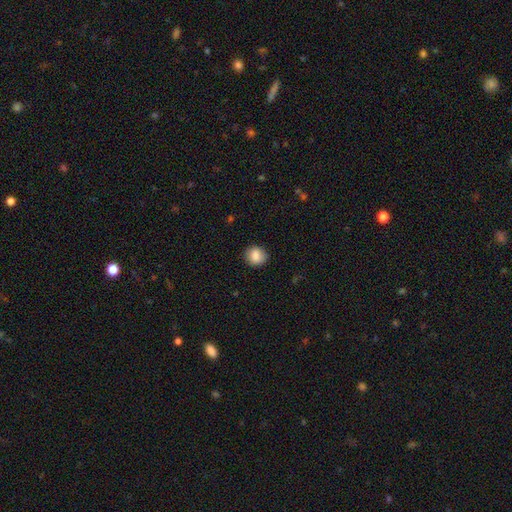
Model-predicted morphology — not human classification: A smooth galaxy with no disk features (86%) that is round (84%).

Vote fractions:
- Smooth or featured? smooth: 86% / star or artifact: 8% / featured or disk: 6%
- How rounded? round: 84% / in between: 15% / cigar-shaped: 1%
- Merging? none: 89% / minor disturbance: 8% / major disturbance: 2% / merger: 1%